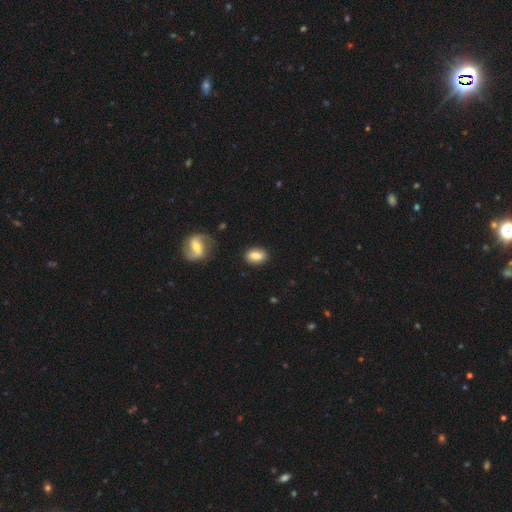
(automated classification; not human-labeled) Smooth or featured?
  - smooth: 77% *
  - featured or disk: 15%
  - star or artifact: 7%
How rounded?
  - in between: 80% *
  - round: 18%
  - cigar-shaped: 2%
Merging?
  - none: 83% *
  - minor disturbance: 12%
  - major disturbance: 3%
  - merger: 2%